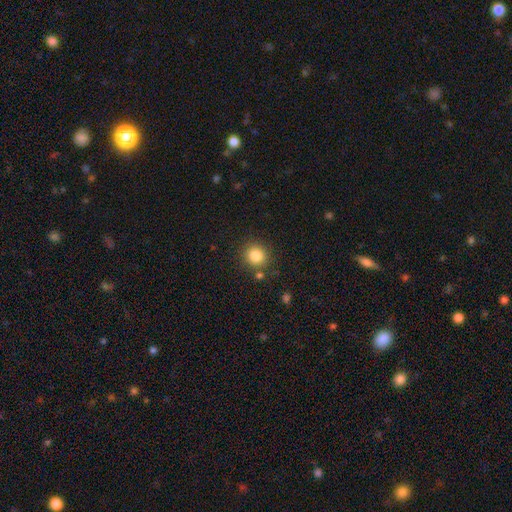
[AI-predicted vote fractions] Morphology: type=smooth (83%); roundness=round (89%); merging=none (83%).